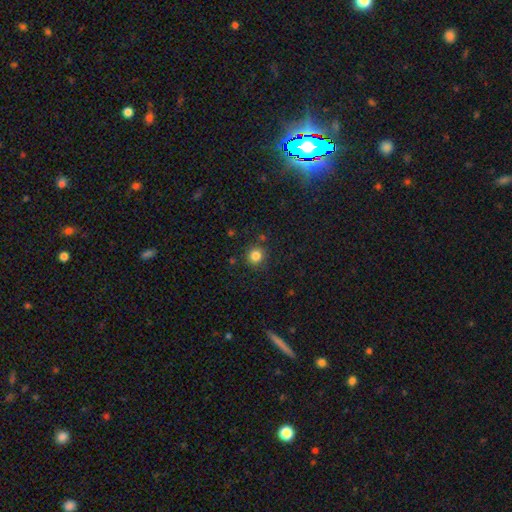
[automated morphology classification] Overall: smooth (83%). How rounded: round (93%). Merging: none (87%).